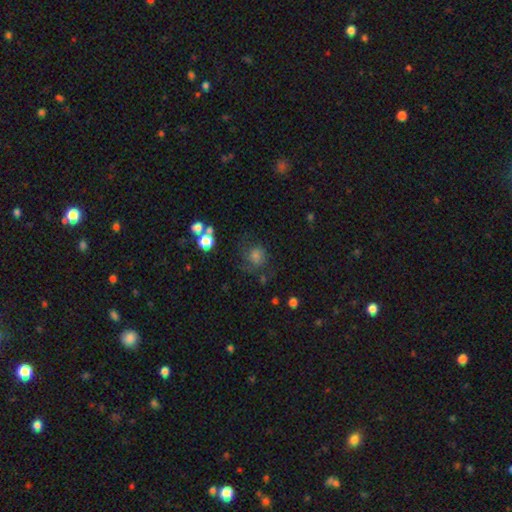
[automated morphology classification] The model was most divided on "smooth or featured": smooth: 60%, star or artifact: 21%, featured or disk: 19%. More confident: how rounded — round (81%); merging — none (60%).